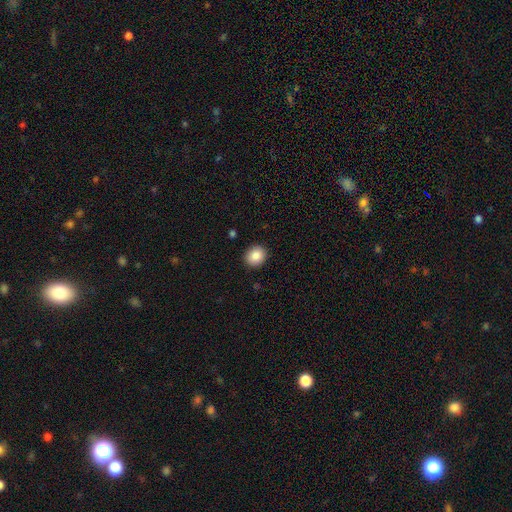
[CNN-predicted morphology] A smooth galaxy with no disk features (87%) that is round (79%).

Vote fractions:
- Smooth or featured? smooth: 87% / star or artifact: 8% / featured or disk: 5%
- How rounded? round: 79% / in between: 20% / cigar-shaped: 1%
- Merging? none: 91% / minor disturbance: 6% / major disturbance: 2% / merger: 1%